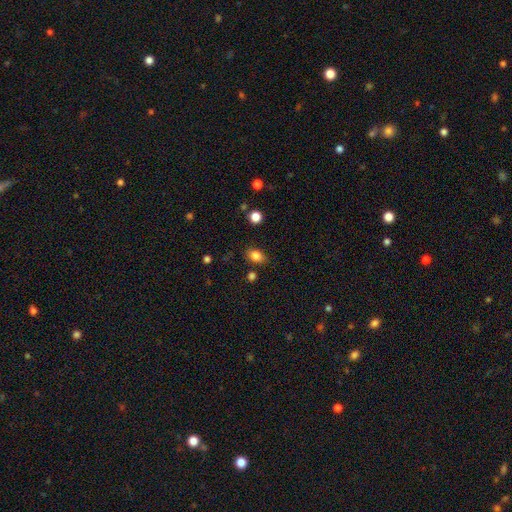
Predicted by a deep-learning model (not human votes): This is clearly a smooth galaxy (83%). How rounded: likely in between (74%). Merging: likely none (79%).